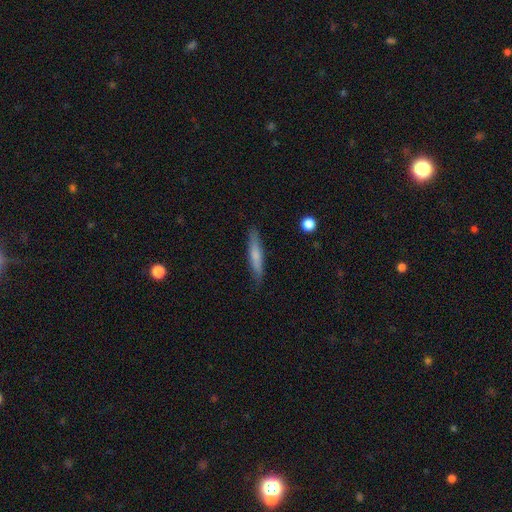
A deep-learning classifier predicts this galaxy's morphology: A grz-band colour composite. It shows a smooth galaxy with no disk features (68%) that is cigar-shaped (90%). Merging: none (86%).